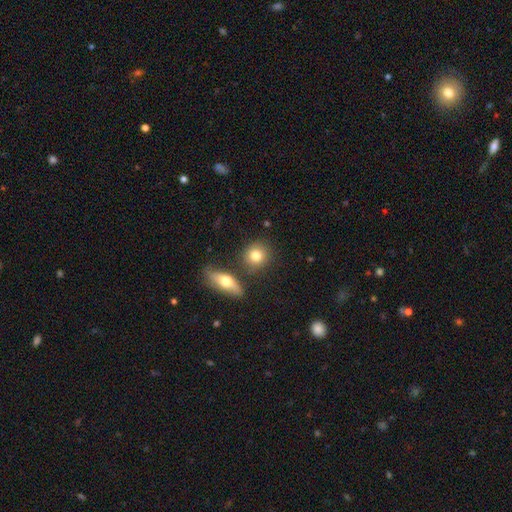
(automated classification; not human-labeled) Smooth or featured? Predicted: smooth (p=0.78). How rounded? Predicted: round (p=0.78). Merging? Predicted: none (p=0.73).